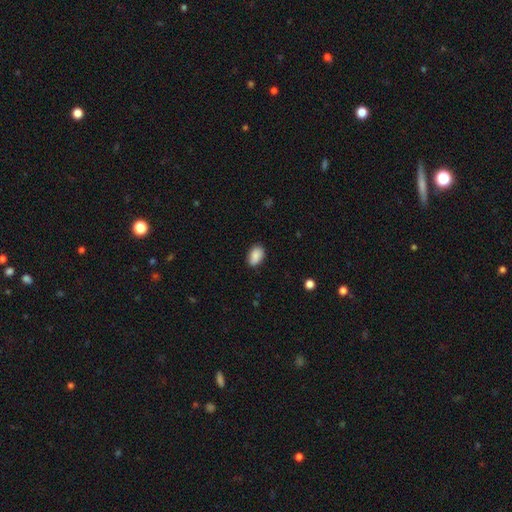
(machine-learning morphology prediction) This appears to be a smooth galaxy with no disk features (88%) that is in between round and cigar-shaped (90%). Merging: none (82%).